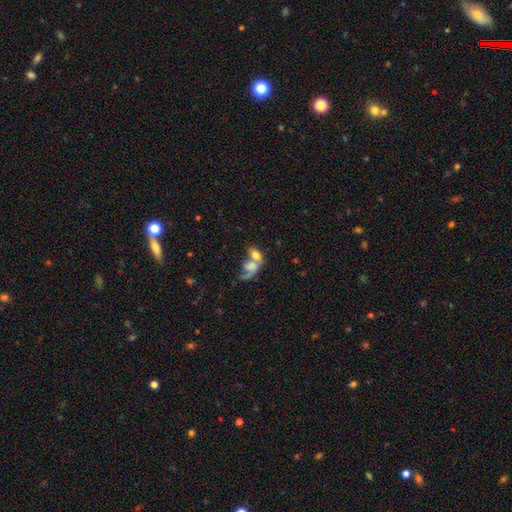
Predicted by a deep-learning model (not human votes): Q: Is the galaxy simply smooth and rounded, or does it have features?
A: smooth — 60%.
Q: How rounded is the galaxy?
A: in between — 80%.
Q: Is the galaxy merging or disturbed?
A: merger — 68%.